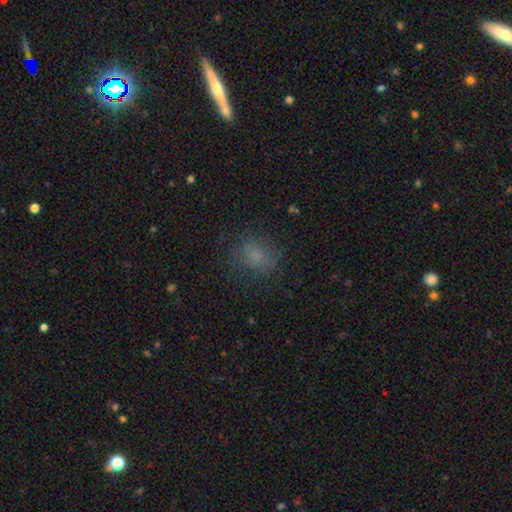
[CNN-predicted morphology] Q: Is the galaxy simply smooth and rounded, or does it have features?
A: smooth — 71%.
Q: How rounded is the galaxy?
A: round — 56%.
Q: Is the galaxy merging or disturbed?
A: none — 72%.